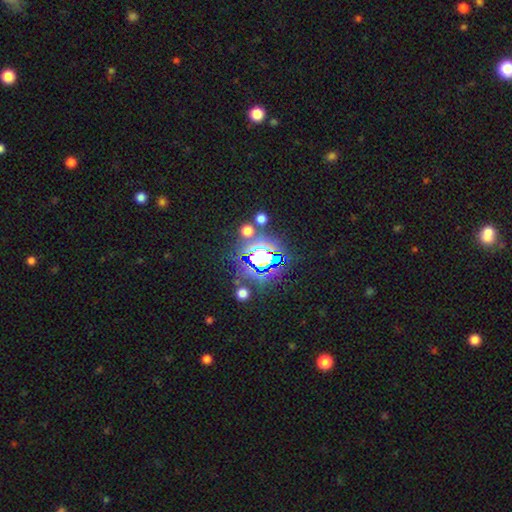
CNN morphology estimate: This is likely a star or artifact rather than a galaxy (68%).